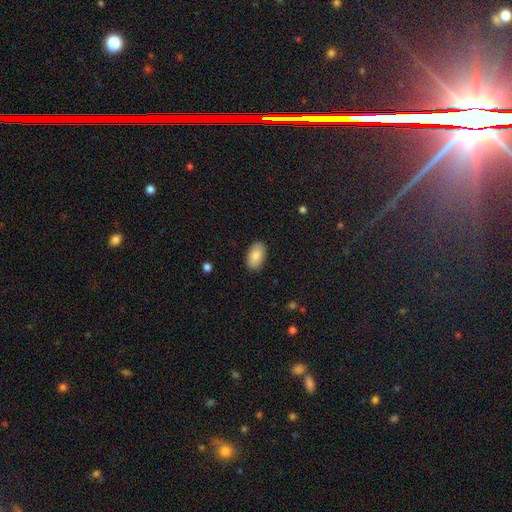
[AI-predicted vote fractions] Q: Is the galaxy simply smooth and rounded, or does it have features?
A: smooth — 86%.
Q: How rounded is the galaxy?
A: in between — 94%.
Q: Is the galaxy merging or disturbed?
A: none — 88%.